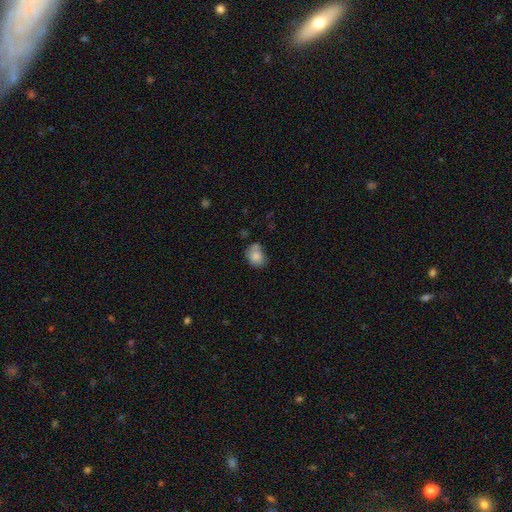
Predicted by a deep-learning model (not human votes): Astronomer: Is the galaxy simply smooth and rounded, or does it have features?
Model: smooth — 82%.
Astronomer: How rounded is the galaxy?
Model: in between — 56% (runner-up: round, 43%).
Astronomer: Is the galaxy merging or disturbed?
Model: none — 52%.